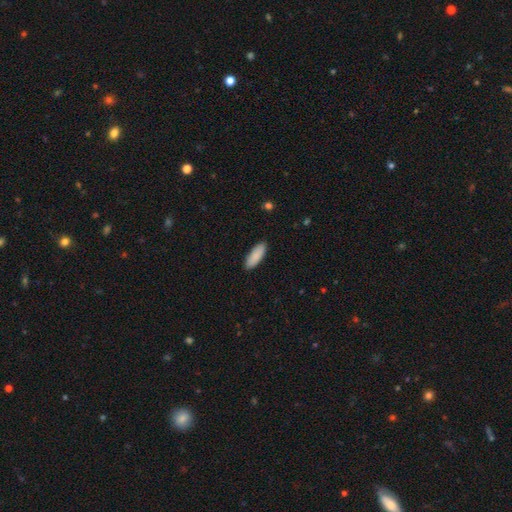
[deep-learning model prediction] This is clearly a smooth galaxy (90%). How rounded: likely in between (65%). Merging: clearly none (90%).